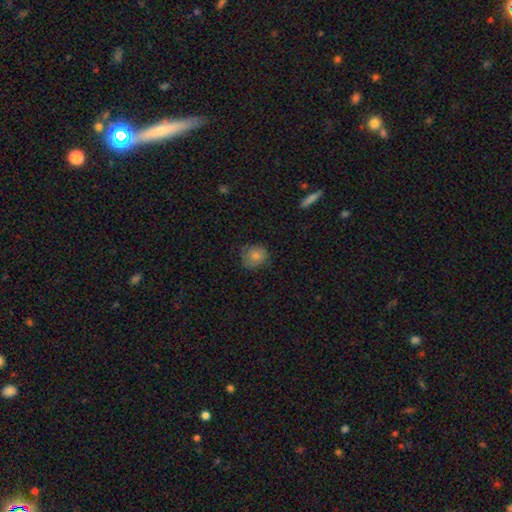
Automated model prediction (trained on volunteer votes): Smooth or featured? smooth (76%)
How rounded? round (78%)
Merging? none (71%)